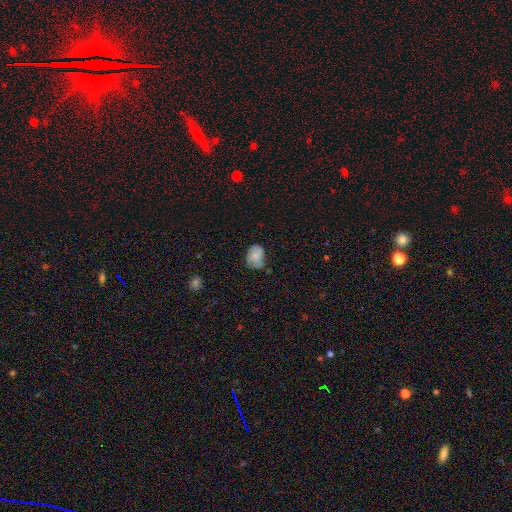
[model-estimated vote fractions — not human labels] A smooth galaxy with no disk features (69%) that is in between round and cigar-shaped (70%).

Vote fractions:
- Smooth or featured? smooth: 69% / featured or disk: 22% / star or artifact: 8%
- How rounded? in between: 70% / round: 29% / cigar-shaped: 1%
- Merging? none: 60% / minor disturbance: 31% / major disturbance: 7% / merger: 2%